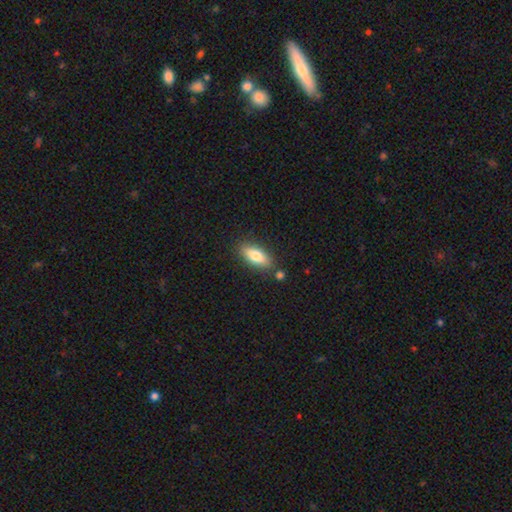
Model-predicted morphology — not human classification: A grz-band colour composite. It shows a smooth galaxy with no disk features (75%) that is in between round and cigar-shaped (73%). Merging: none (80%).